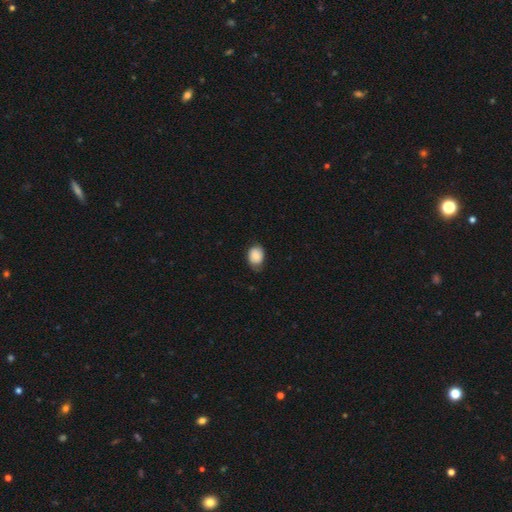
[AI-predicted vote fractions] smooth-or-featured: smooth: 79% | featured or disk: 14% | star or artifact: 8%
  how-rounded: in between: 62% | round: 37% | cigar-shaped: 1%
  merging: none: 65% | minor disturbance: 28% | major disturbance: 6% | merger: 1%